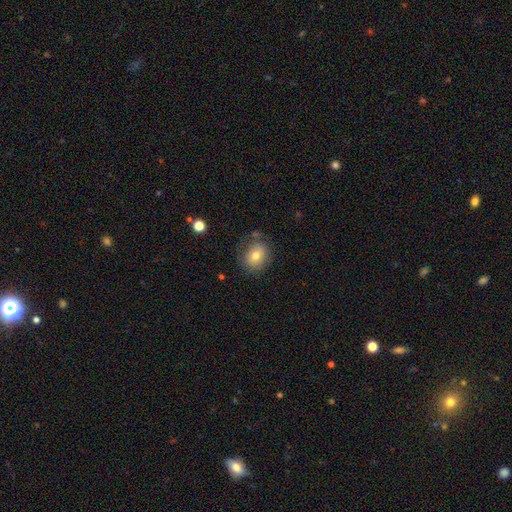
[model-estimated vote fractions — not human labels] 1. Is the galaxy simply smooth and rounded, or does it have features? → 75% smooth, 15% featured or disk, 10% star or artifact.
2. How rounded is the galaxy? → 65% round, 34% in between, 1% cigar-shaped.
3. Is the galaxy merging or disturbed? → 74% none, 17% minor disturbance, 6% major disturbance, 4% merger.